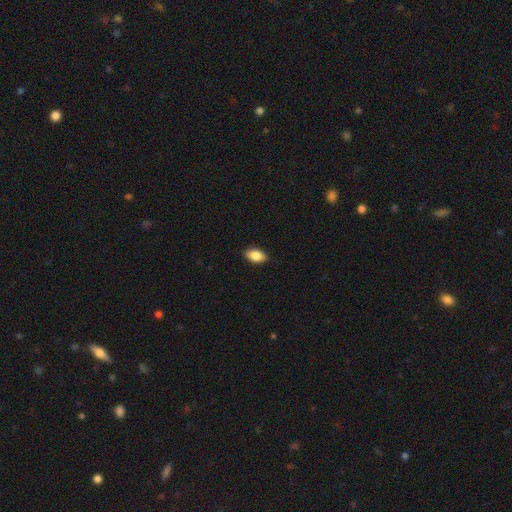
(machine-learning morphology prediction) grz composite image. It shows a smooth galaxy with no disk features (87%) that is in between round and cigar-shaped (92%). Merging: none (88%).